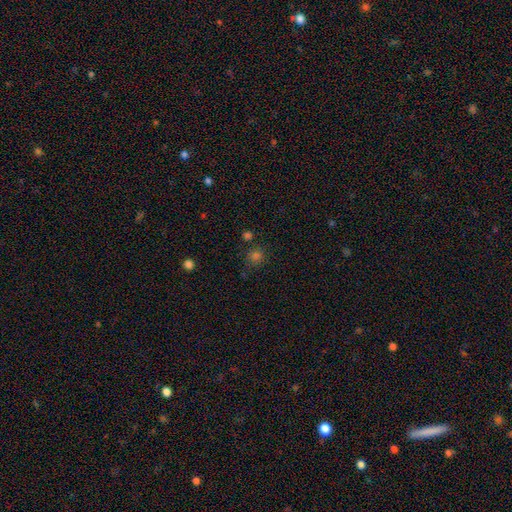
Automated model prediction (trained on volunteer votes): Morphology: type=smooth (68%); roundness=round (87%); merging=none (81%).